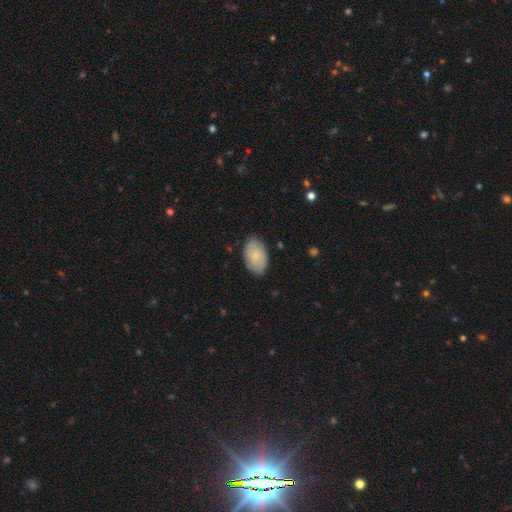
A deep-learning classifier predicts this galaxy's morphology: type=smooth (69%); roundness=in between (92%); merging=none (81%).